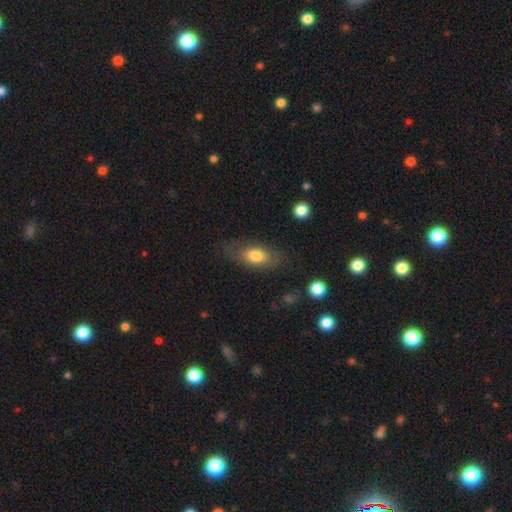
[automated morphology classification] smooth 68%, featured or disk 25%, star or artifact 7%. Down the decision tree: how rounded — in between (87%); merging — none (68%).